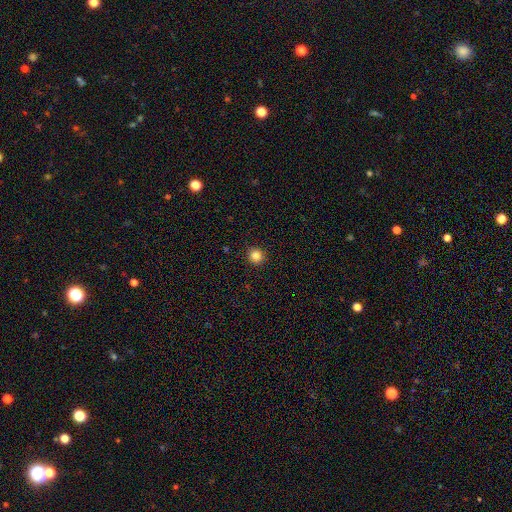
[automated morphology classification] Smooth or featured?
  - smooth: 85% *
  - star or artifact: 11%
  - featured or disk: 3%
How rounded?
  - round: 94% *
  - in between: 5%
  - cigar-shaped: 1%
Merging?
  - none: 92% *
  - minor disturbance: 5%
  - major disturbance: 2%
  - merger: 1%